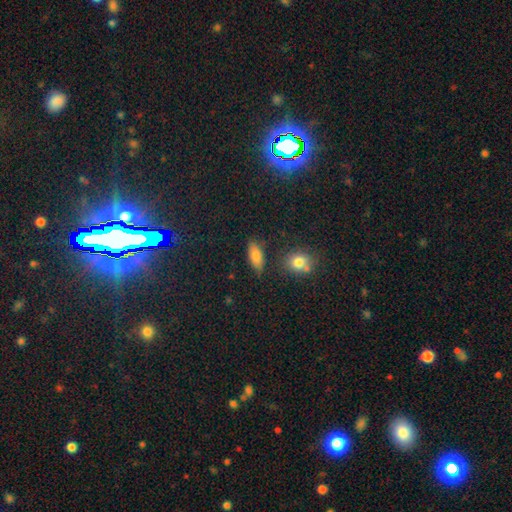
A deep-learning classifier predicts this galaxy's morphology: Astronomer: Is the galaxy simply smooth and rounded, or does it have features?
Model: smooth — 70%.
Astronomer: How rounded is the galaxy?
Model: in between — 73%.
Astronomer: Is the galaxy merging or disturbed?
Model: none — 80%.